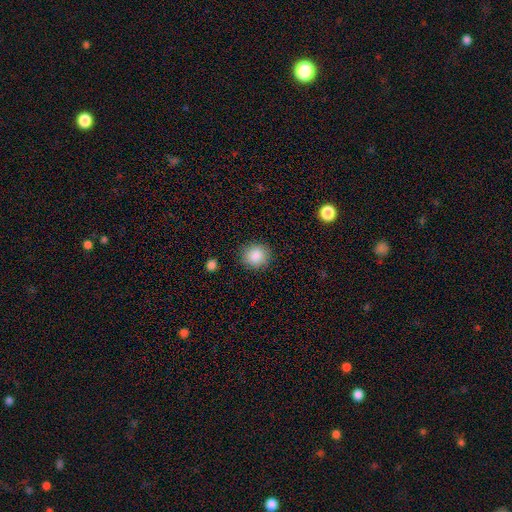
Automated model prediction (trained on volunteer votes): Smooth or featured? Predicted: smooth (p=0.87). How rounded? Predicted: round (p=0.86). Merging? Predicted: none (p=0.87).